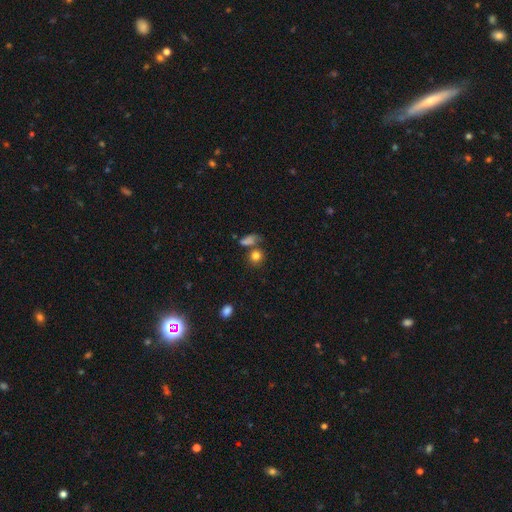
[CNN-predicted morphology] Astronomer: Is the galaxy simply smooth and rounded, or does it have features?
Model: smooth — 81%.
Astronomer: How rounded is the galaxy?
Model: round — 81%.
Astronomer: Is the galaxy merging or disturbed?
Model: none — 61%.